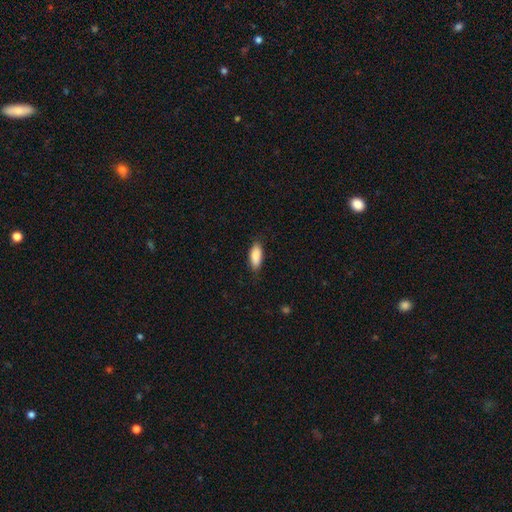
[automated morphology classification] Q: Smooth or featured?
A: smooth (89%); runner-up: star or artifact (6%)
Q: How rounded?
A: in between (81%); runner-up: cigar-shaped (17%)
Q: Merging?
A: none (81%); runner-up: minor disturbance (15%)